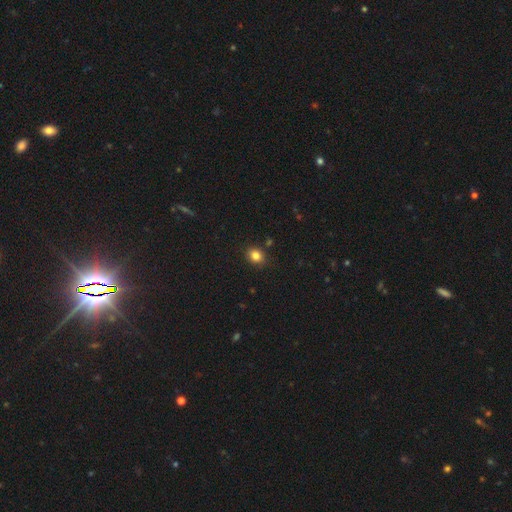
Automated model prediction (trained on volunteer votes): A smooth galaxy with no disk features (83%) that is round (59%).

Vote fractions:
- Smooth or featured? smooth: 83% / star or artifact: 12% / featured or disk: 5%
- How rounded? round: 59% / in between: 40% / cigar-shaped: 1%
- Merging? none: 87% / minor disturbance: 9% / major disturbance: 2% / merger: 2%